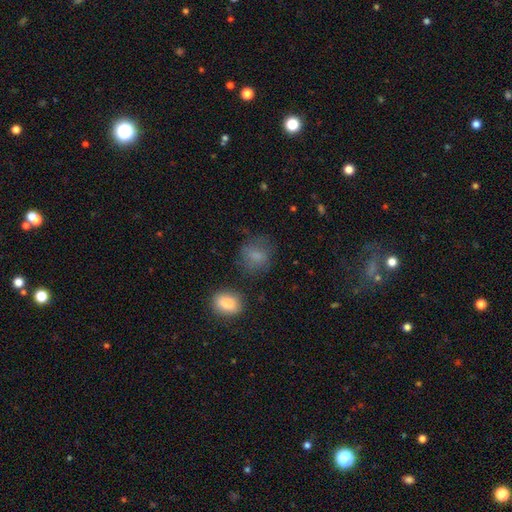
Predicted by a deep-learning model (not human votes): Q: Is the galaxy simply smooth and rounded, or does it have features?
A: smooth — 77%.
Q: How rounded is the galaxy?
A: round — 66%.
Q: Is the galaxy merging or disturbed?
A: none — 65%.